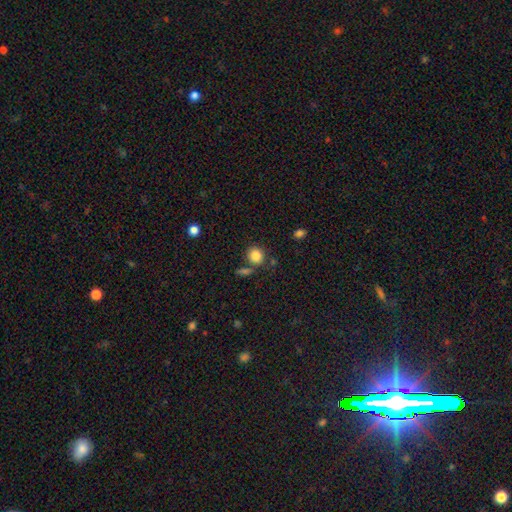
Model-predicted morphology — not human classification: smooth 84%, star or artifact 10%, featured or disk 6%. Down the decision tree: how rounded — round (76%); merging — none (73%).